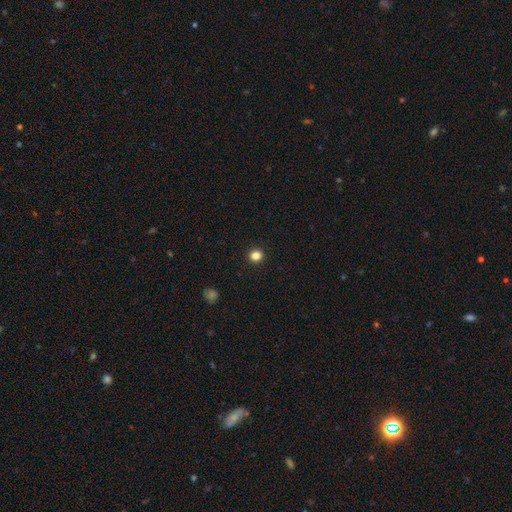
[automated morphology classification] smooth-or-featured: smooth: 83% | star or artifact: 13% | featured or disk: 4%
  how-rounded: round: 90% | in between: 9% | cigar-shaped: 1%
  merging: none: 93% | minor disturbance: 4% | major disturbance: 2% | merger: 1%